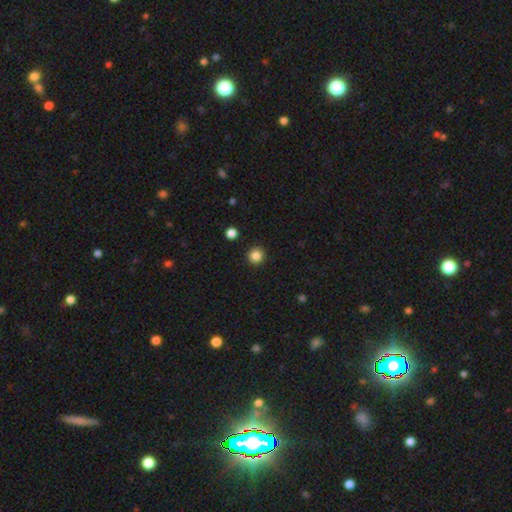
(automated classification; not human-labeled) A smooth galaxy with no disk features (85%) that is round (95%). Merging: none (92%).